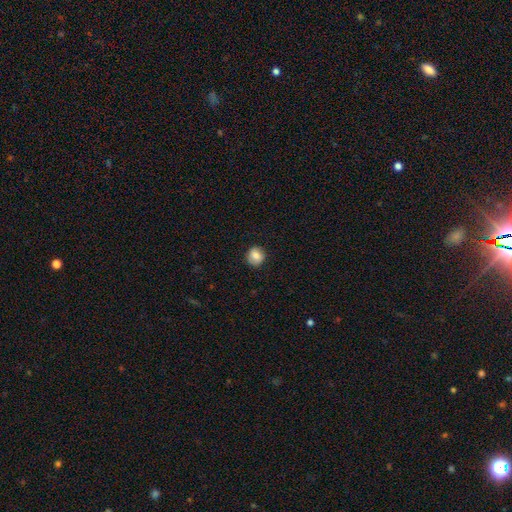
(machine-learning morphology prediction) type=smooth (81%); roundness=round (85%); merging=none (87%).